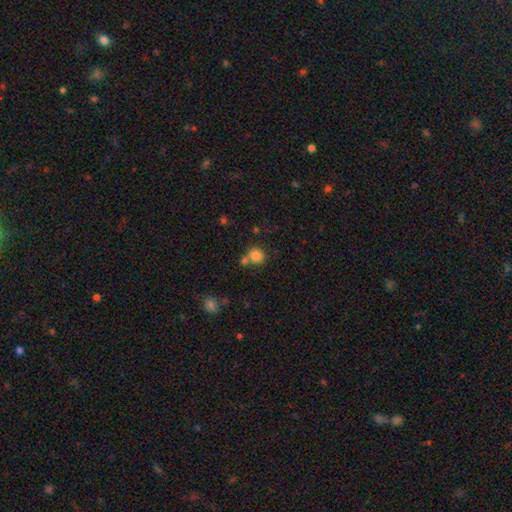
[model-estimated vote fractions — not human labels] Smooth or featured? Predicted: smooth (p=0.82). How rounded? Predicted: round (p=0.86). Merging? Predicted: none (p=0.60).